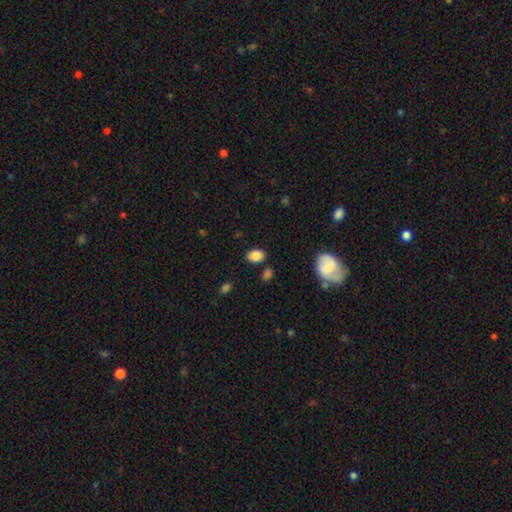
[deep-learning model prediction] Smooth or featured? Predicted: smooth (p=0.86). How rounded? Predicted: in between (p=0.80). Merging? Predicted: none (p=0.81).